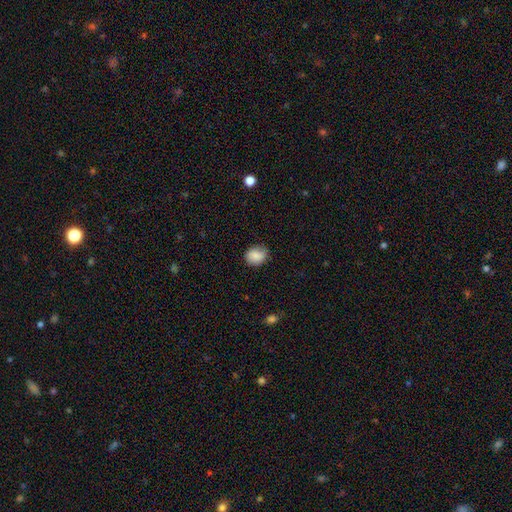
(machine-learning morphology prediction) A smooth galaxy with no disk features (87%) that is round (56%). Merging: none (78%).